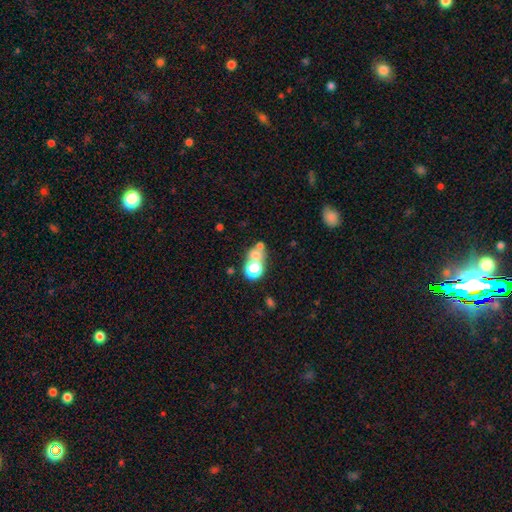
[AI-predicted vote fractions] Morphology: type=smooth (59%); roundness=round (69%); merging=merger (47%).